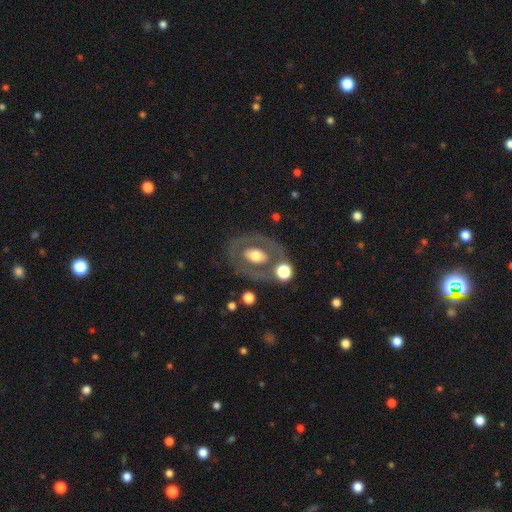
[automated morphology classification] Smooth or featured?
  - featured or disk: 56% *
  - smooth: 37%
  - star or artifact: 7%
Edge-on disk?
  - no: 91% *
  - yes: 9%
Bar?
  - no: 73% *
  - weak: 17%
  - strong: 10%
Spiral arms?
  - no: 82% *
  - yes: 18%
Bulge size?
  - moderate: 54% *
  - large: 33%
  - small: 9%
  - dominant: 3%
  - none: 2%
Merging?
  - none: 65% *
  - minor disturbance: 16%
  - major disturbance: 11%
  - merger: 8%